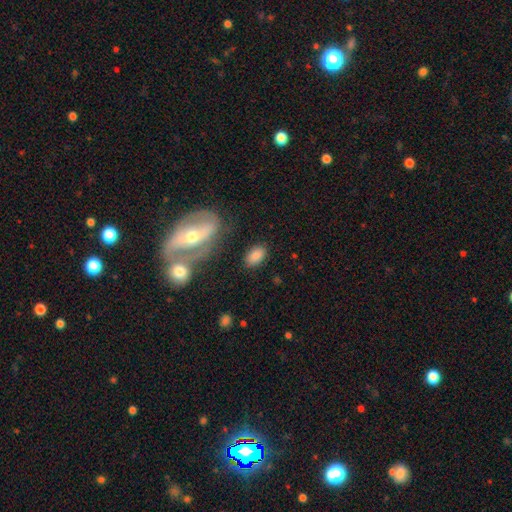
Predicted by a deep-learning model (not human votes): smooth 81%, featured or disk 11%, star or artifact 8%. Down the decision tree: how rounded — in between (91%); merging — none (80%).